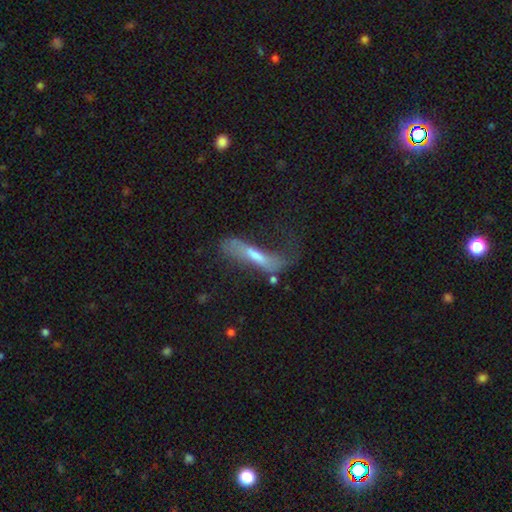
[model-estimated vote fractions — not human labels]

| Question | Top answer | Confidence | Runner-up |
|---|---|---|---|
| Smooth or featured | smooth | 52% | featured or disk (40%) |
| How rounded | cigar-shaped | 78% | in between (20%) |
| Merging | major disturbance | 42% | none (29%) |